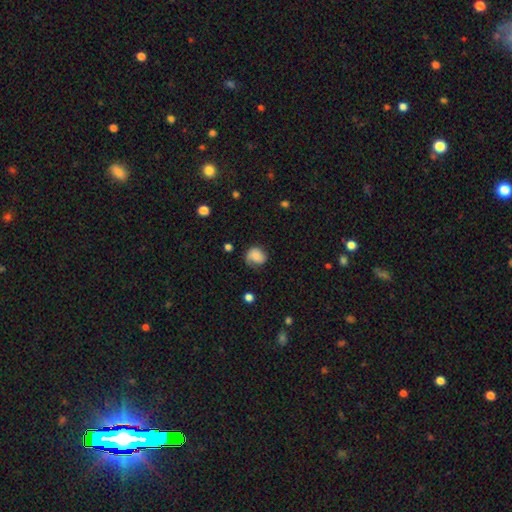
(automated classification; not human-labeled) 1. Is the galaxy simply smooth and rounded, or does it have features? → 69% smooth, 22% featured or disk, 9% star or artifact.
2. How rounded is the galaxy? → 67% round, 32% in between, 1% cigar-shaped.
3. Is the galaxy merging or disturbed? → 58% none, 29% minor disturbance, 12% major disturbance, 2% merger.